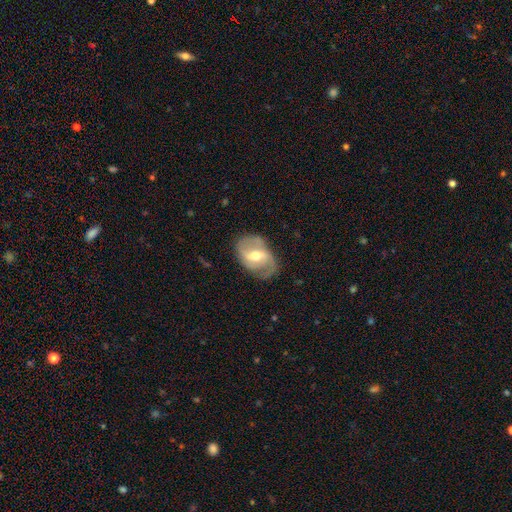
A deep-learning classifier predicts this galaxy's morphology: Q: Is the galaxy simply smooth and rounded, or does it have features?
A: featured or disk — 76%.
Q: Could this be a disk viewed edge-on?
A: no — 96%.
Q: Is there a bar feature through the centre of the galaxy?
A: weak — 49%.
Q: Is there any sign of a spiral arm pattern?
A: yes — 87%.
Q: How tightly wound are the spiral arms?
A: medium — 45%.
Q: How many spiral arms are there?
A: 2 — 73%.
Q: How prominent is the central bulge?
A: moderate — 68%.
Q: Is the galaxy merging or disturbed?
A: none — 66%.